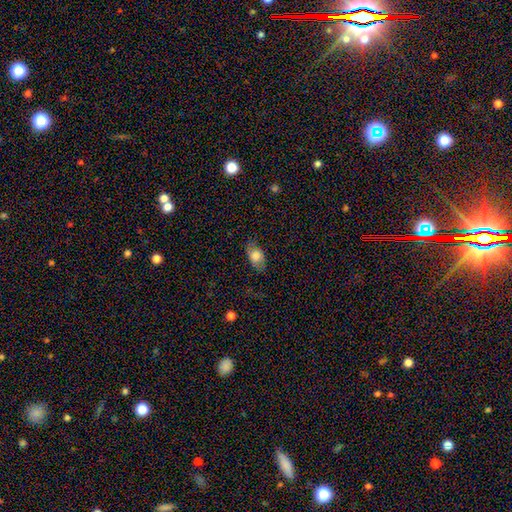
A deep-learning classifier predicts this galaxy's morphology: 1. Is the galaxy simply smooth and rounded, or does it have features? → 73% smooth, 18% featured or disk, 8% star or artifact.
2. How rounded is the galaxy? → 87% in between, 9% round, 3% cigar-shaped.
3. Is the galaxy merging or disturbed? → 72% none, 20% minor disturbance, 6% major disturbance, 1% merger.